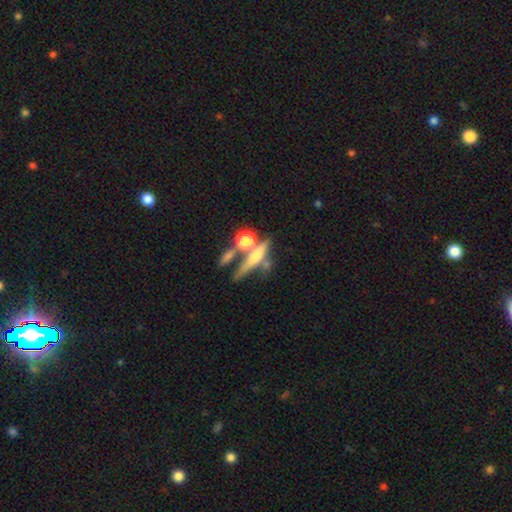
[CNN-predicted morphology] A featured or disk galaxy (47%). Merging: none (52%).